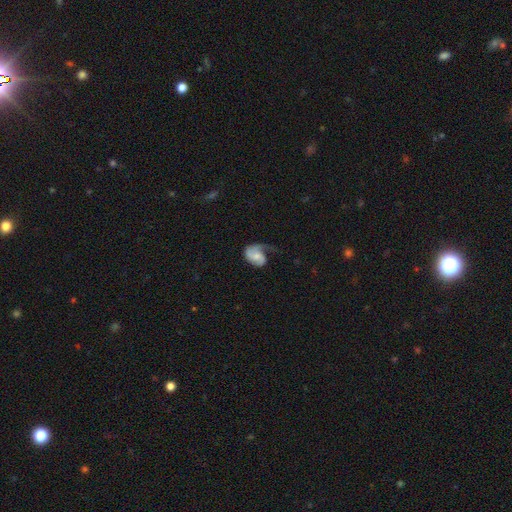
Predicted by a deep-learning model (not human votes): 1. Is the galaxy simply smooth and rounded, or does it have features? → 65% featured or disk, 28% smooth, 7% star or artifact.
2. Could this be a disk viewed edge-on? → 97% no, 3% yes.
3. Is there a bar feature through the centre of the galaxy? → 62% no, 31% weak, 7% strong.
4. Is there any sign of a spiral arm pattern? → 90% yes, 10% no.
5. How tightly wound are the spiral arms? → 41% loose, 39% medium, 19% tight.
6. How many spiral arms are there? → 47% 2, 43% 1, 6% can't tell, 2% 3, 1% 4, 1% more than 4.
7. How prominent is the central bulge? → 41% small, 36% moderate, 15% none, 6% large, 2% dominant.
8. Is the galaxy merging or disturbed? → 36% major disturbance, 34% none, 27% minor disturbance, 2% merger.